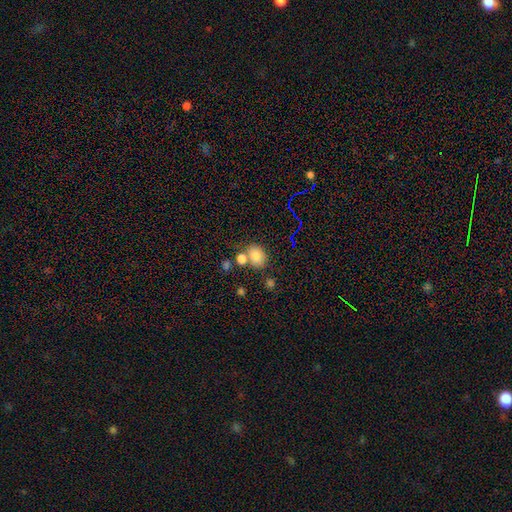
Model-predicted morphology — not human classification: Smooth or featured: smooth — 78% (star or artifact — 13%)
How rounded: in between — 59% (round — 40%)
Merging: none — 60% (merger — 22%)